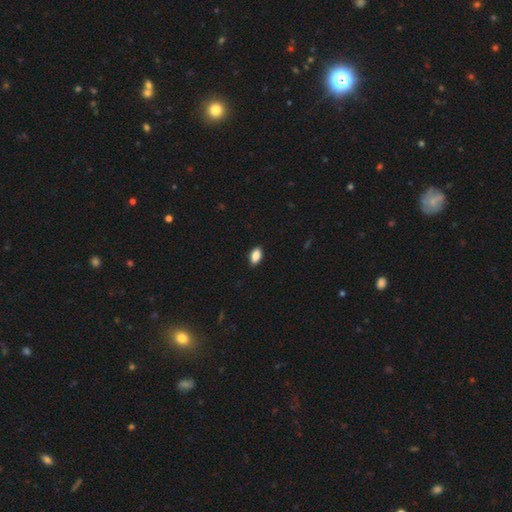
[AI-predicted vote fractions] Smooth or featured? Predicted: smooth (p=0.88). How rounded? Predicted: in between (p=0.91). Merging? Predicted: none (p=0.89).